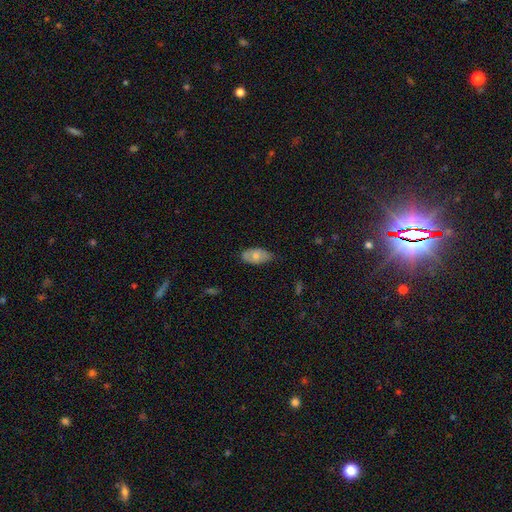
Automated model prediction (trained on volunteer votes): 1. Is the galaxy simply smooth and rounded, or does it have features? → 70% smooth, 23% featured or disk, 7% star or artifact.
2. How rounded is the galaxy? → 93% in between, 4% round, 3% cigar-shaped.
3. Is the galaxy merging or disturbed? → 67% none, 28% minor disturbance, 4% major disturbance, 1% merger.